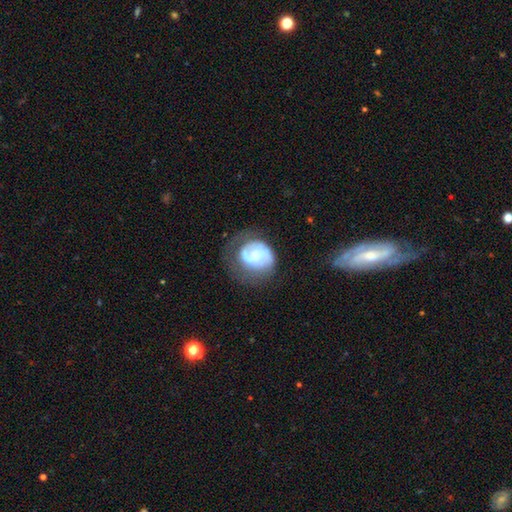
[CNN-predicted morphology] Overall: featured or disk (68%). Edge-on disk: no (98%). Bar: no (67%; weak 28%). Spiral arms: yes (84%). Spiral arm count: 2 (48%; 1 22%). Spiral winding: tight (40%; medium 39%). Bulge size: small (52%; moderate 40%). Merging: none (50%; minor disturbance 25%).